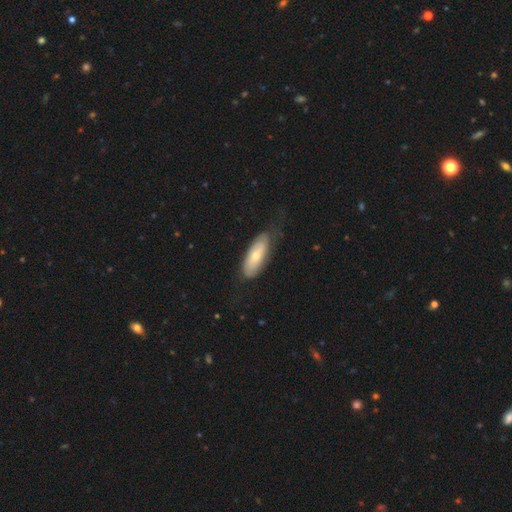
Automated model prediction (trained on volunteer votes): smooth_or_featured: smooth (p=0.54) [alt: featured or disk p=0.41]
how_rounded: in between (p=0.72) [alt: cigar-shaped p=0.26]
merging: none (p=0.61) [alt: minor disturbance p=0.27]